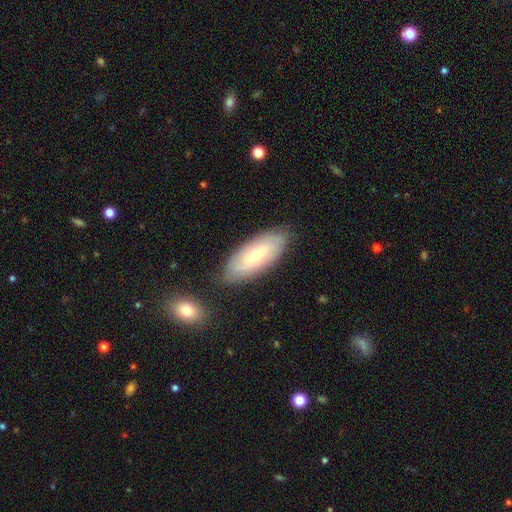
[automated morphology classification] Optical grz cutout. It shows a smooth galaxy with no disk features (51%) that is in between round and cigar-shaped (83%). Merging: none (83%).